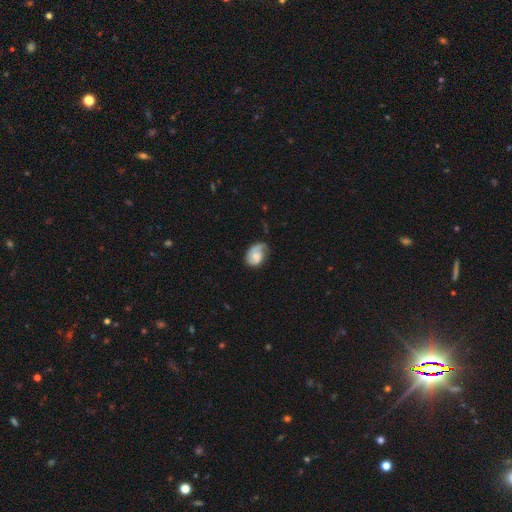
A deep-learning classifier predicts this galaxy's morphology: This appears to be a featured or disk galaxy (48%). Merging: none (45%).